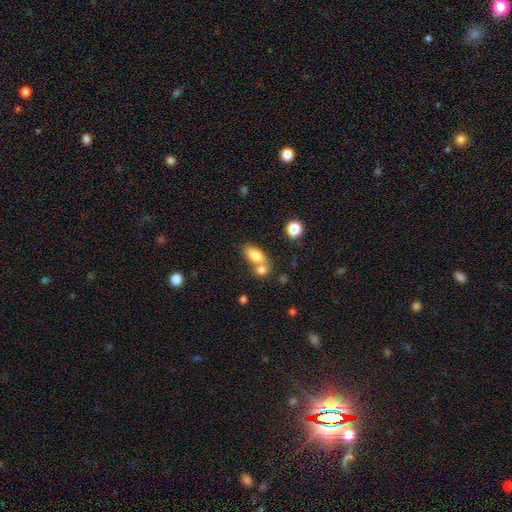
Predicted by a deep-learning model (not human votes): smooth-or-featured: smooth: 78% | featured or disk: 13% | star or artifact: 8%
  how-rounded: in between: 83% | round: 11% | cigar-shaped: 7%
  merging: merger: 45% | none: 40% | minor disturbance: 10% | major disturbance: 4%